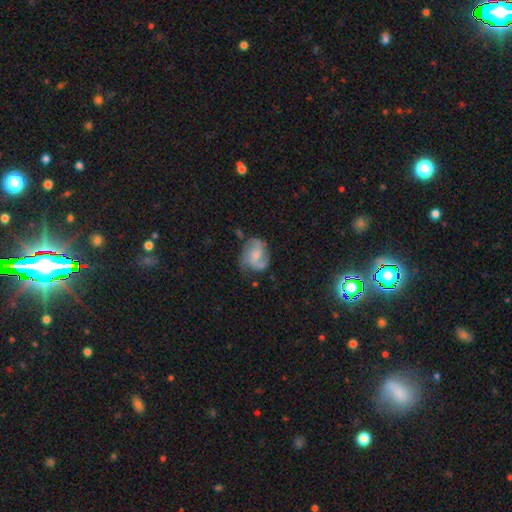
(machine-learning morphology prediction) featured or disk 68%, smooth 25%, star or artifact 7%. Down the decision tree: edge-on disk — no (97%); bar — no (56%); spiral arms — yes (90%); spiral arm count — 2 (59%); spiral winding — medium (49%); bulge size — moderate (42%); merging — none (57%).